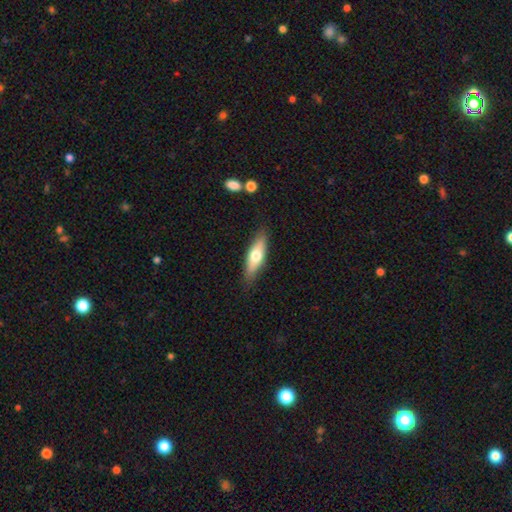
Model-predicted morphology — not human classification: This is possibly a smooth galaxy (58%). How rounded: possibly in between (49%, tied with cigar-shaped). Merging: clearly none (85%).